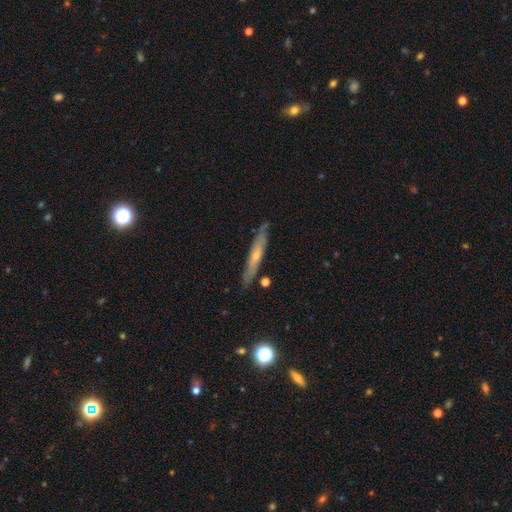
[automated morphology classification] A featured or disk galaxy (61%) viewed edge-on (82%) with a rounded central bulge (61%).

Vote fractions:
- Smooth or featured? featured or disk: 61% / smooth: 32% / star or artifact: 7%
- Edge-on disk? yes: 82% / no: 18%
- Edge-on bulge? rounded: 61% / none: 36% / boxy: 3%
- Merging? none: 82% / minor disturbance: 13% / major disturbance: 2% / merger: 2%